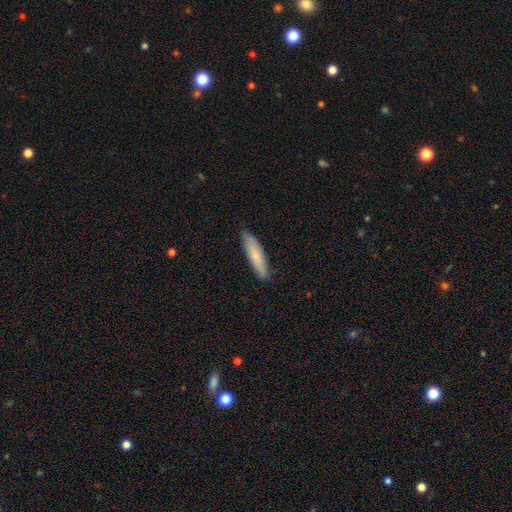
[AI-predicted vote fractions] Smooth or featured: smooth — 79% (featured or disk — 15%)
How rounded: cigar-shaped — 75% (in between — 24%)
Merging: none — 85% (minor disturbance — 12%)